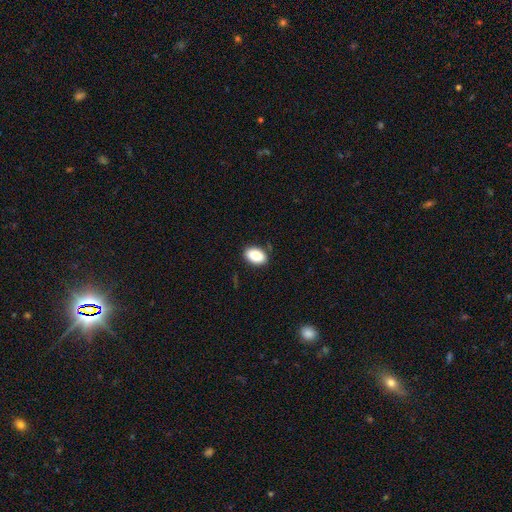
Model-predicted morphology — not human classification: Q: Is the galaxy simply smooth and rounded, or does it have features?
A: smooth — 89%.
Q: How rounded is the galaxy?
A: in between — 89%.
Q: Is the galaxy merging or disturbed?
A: none — 84%.